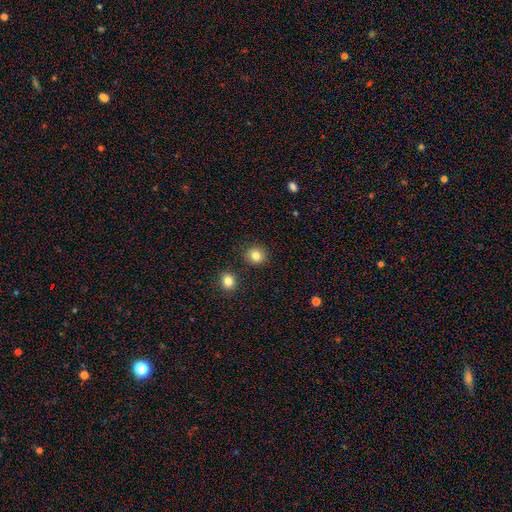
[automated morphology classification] Overall: smooth (83%). How rounded: round (86%). Merging: none (88%).